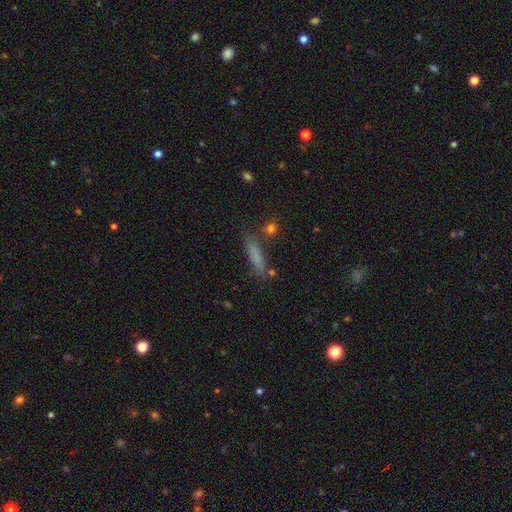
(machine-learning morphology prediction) Q: Smooth or featured?
A: smooth (76%); runner-up: featured or disk (14%)
Q: How rounded?
A: cigar-shaped (83%); runner-up: in between (15%)
Q: Merging?
A: none (78%); runner-up: minor disturbance (13%)